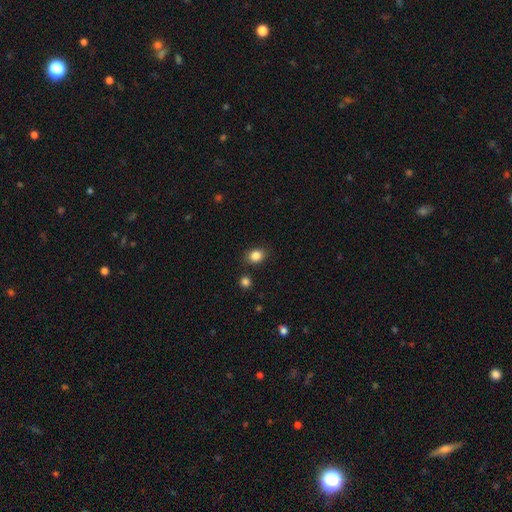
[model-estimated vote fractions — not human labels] smooth 85%, star or artifact 11%, featured or disk 5%. Down the decision tree: how rounded — round (54%); merging — none (84%).